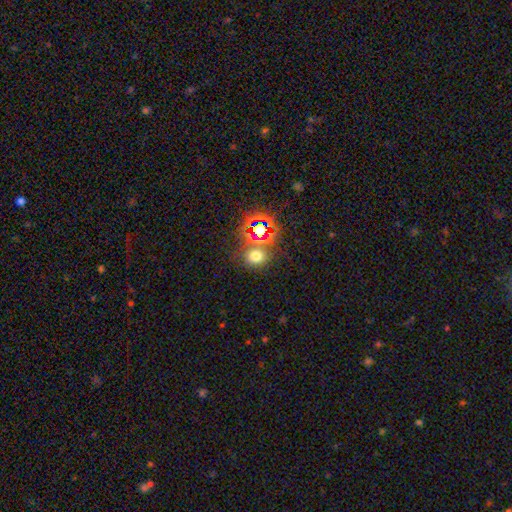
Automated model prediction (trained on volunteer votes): Morphology: type=smooth (60%); roundness=round (70%); merging=none (72%).